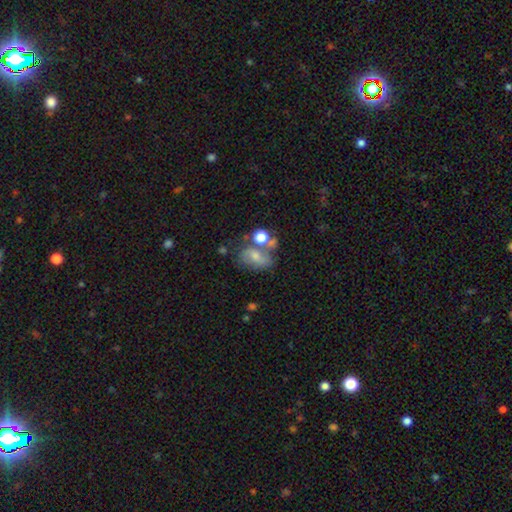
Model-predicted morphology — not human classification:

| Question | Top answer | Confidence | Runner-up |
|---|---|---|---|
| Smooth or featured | smooth | 46% | featured or disk (36%) |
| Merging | none | 44% | merger (24%) |